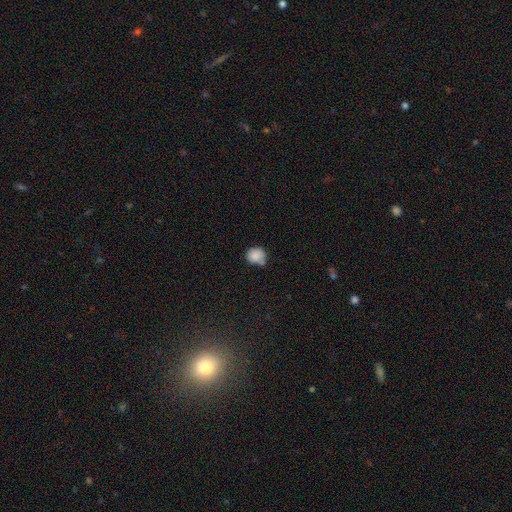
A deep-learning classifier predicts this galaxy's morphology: A smooth galaxy with no disk features (85%) that is round (82%). Merging: none (55%).